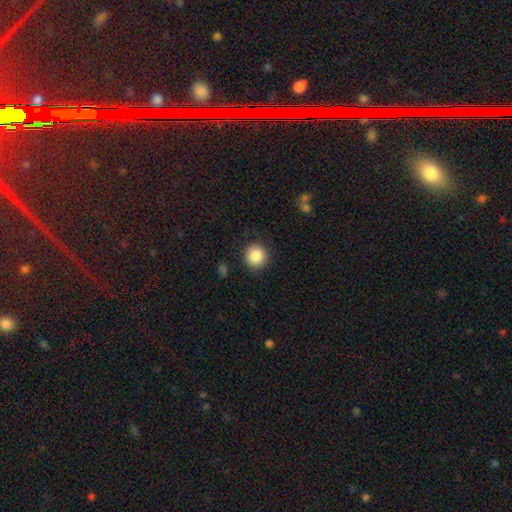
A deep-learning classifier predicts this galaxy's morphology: Overall: smooth (87%). How rounded: round (92%). Merging: none (90%).